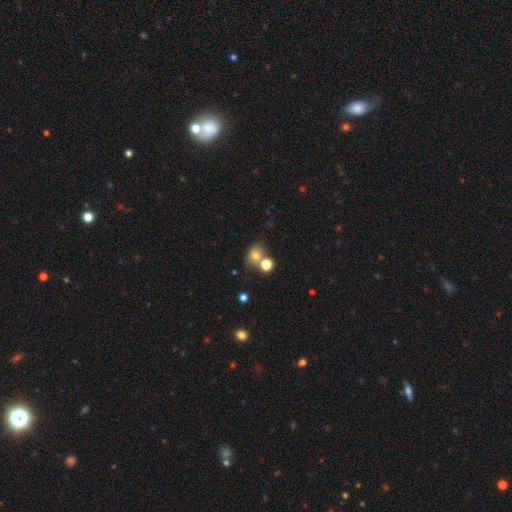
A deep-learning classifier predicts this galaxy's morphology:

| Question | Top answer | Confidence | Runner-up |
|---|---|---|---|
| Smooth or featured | smooth | 74% | star or artifact (15%) |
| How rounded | round | 59% | in between (40%) |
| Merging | none | 52% | merger (29%) |